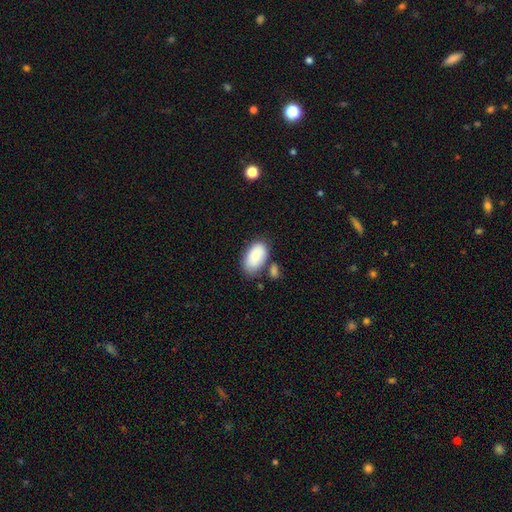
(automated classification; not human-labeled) Smooth or featured: smooth — 85% (featured or disk — 8%)
How rounded: in between — 95% (round — 4%)
Merging: none — 61% (minor disturbance — 19%)